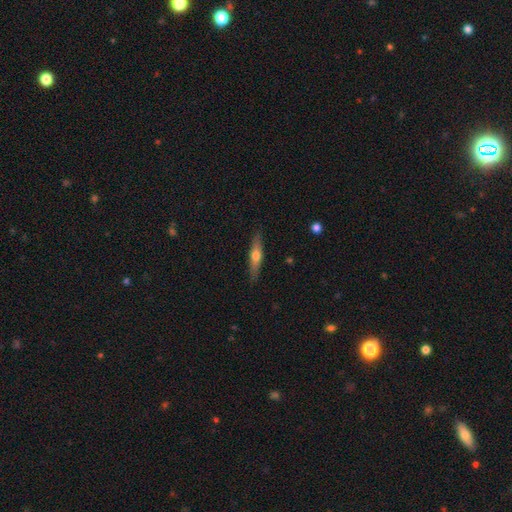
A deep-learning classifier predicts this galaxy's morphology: featured or disk 49%, smooth 45%, star or artifact 6%. Down the decision tree: merging — none (88%).